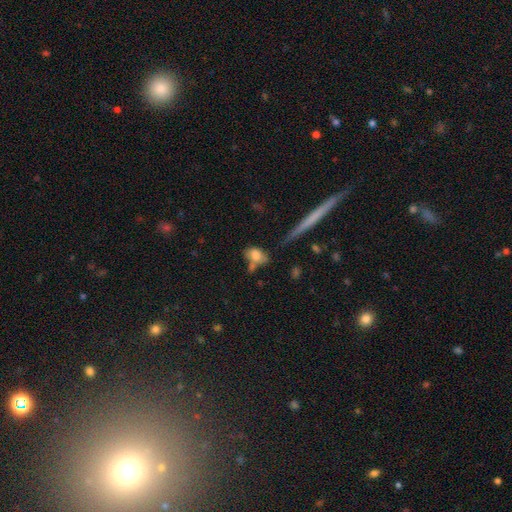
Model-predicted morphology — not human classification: smooth_or_featured: smooth (p=0.73) [alt: featured or disk p=0.18]
how_rounded: in between (p=0.76) [alt: round p=0.19]
merging: none (p=0.40) [alt: merger p=0.24]